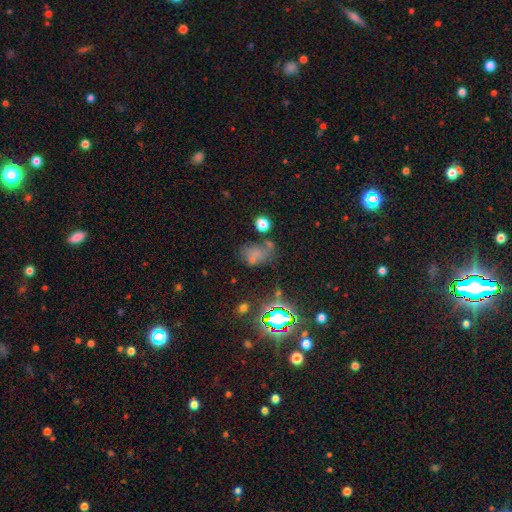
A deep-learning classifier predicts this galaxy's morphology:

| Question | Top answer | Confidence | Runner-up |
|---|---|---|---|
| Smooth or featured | star or artifact | 67% | smooth (21%) |